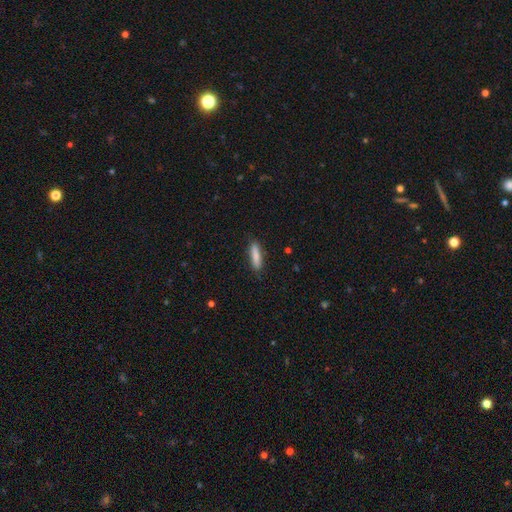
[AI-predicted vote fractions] Smooth or featured?
  - smooth: 84% *
  - featured or disk: 10%
  - star or artifact: 6%
How rounded?
  - cigar-shaped: 77% *
  - in between: 22%
  - round: 1%
Merging?
  - none: 87% *
  - minor disturbance: 10%
  - major disturbance: 2%
  - merger: 1%